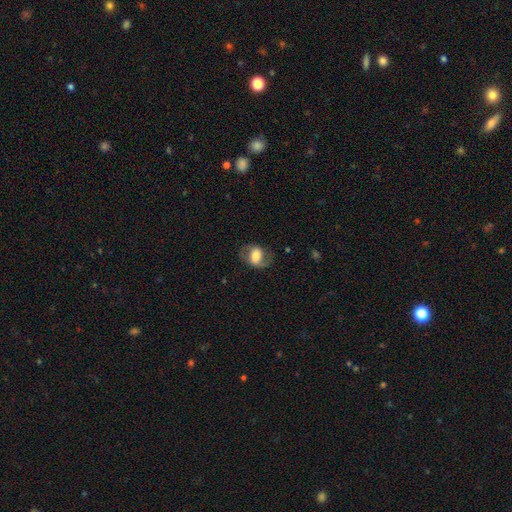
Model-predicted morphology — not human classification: featured or disk 52%, smooth 40%, star or artifact 8%. Down the decision tree: edge-on disk — no (95%); merging — none (72%).